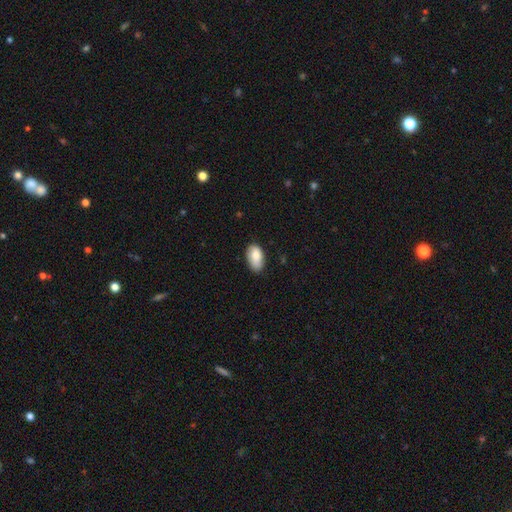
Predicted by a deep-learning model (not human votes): This appears to be a smooth galaxy with no disk features (84%) that is in between round and cigar-shaped (94%). Merging: none (72%).